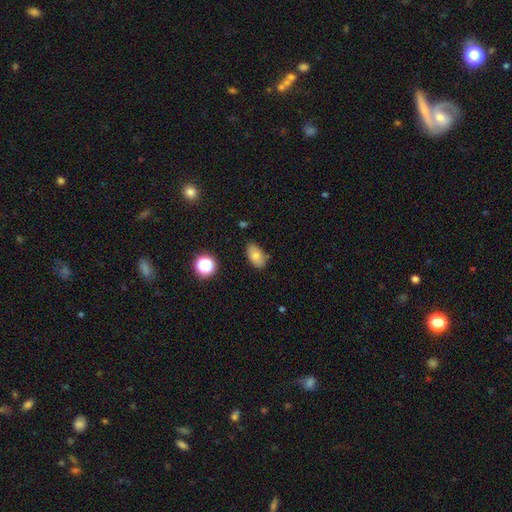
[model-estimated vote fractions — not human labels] A smooth galaxy with no disk features (75%) that is in between round and cigar-shaped (90%). Merging: none (80%).